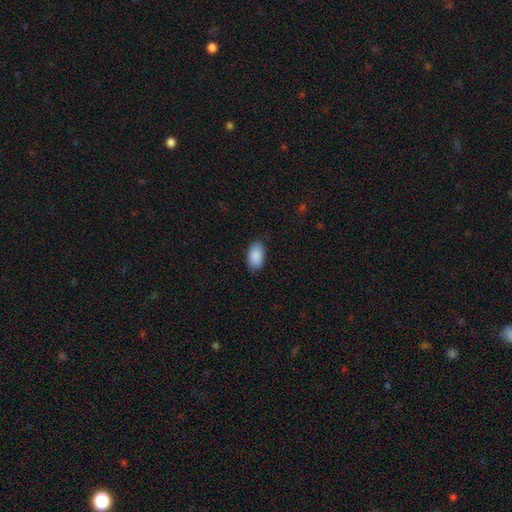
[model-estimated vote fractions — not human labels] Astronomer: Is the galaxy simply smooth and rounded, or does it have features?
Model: smooth — 90%.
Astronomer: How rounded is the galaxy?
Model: in between — 94%.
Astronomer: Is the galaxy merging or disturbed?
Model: none — 85%.